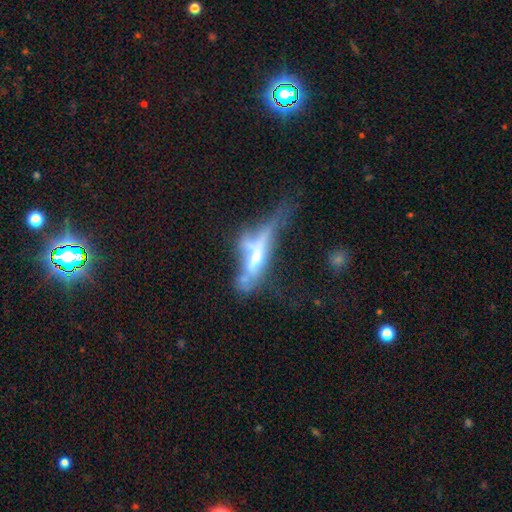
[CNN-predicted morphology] Q: Smooth or featured?
A: featured or disk (57%); runner-up: smooth (33%)
Q: Edge-on disk?
A: yes (57%); runner-up: no (43%)
Q: Merging?
A: major disturbance (34%); runner-up: merger (27%)